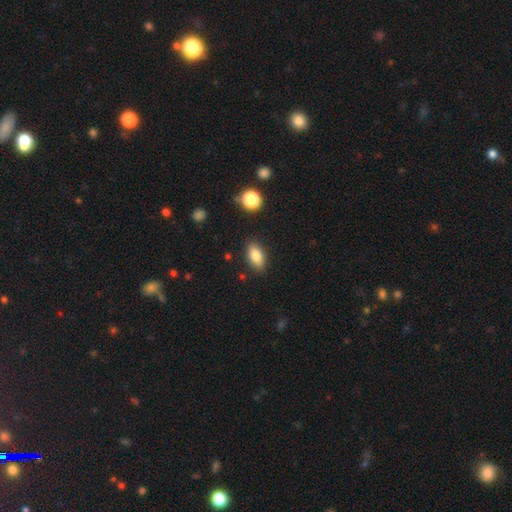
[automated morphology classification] smooth-or-featured: smooth: 83% | featured or disk: 9% | star or artifact: 8%
  how-rounded: in between: 88% | cigar-shaped: 7% | round: 5%
  merging: none: 86% | minor disturbance: 10% | major disturbance: 2% | merger: 2%